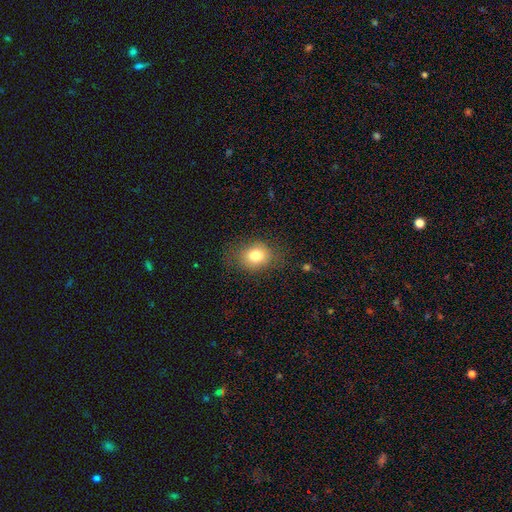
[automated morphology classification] smooth 79%, featured or disk 11%, star or artifact 10%. Down the decision tree: how rounded — round (52%); merging — none (76%).